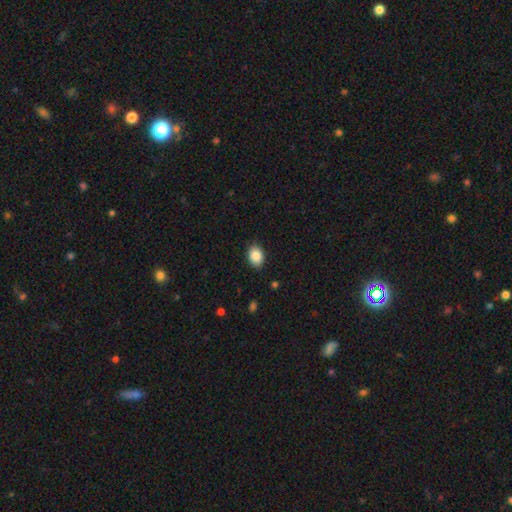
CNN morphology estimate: Smooth or featured? Predicted: smooth (p=0.87). How rounded? Predicted: in between (p=0.78). Merging? Predicted: none (p=0.85).